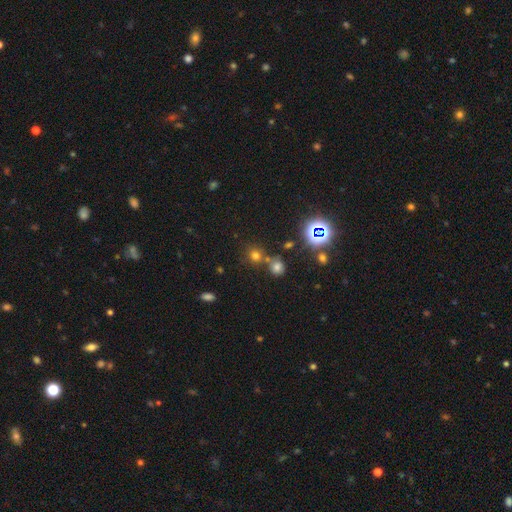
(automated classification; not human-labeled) This appears to be a smooth galaxy with no disk features (62%) that is round (87%). Merging: none (65%).